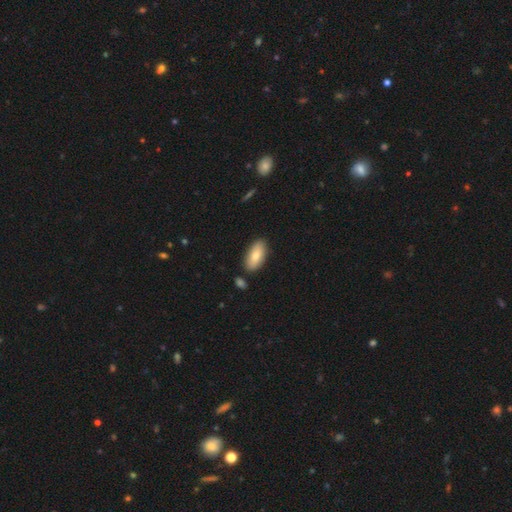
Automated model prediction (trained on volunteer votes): A smooth galaxy with no disk features (80%) that is in between round and cigar-shaped (91%).

Vote fractions:
- Smooth or featured? smooth: 80% / featured or disk: 14% / star or artifact: 6%
- How rounded? in between: 91% / cigar-shaped: 7% / round: 2%
- Merging? none: 83% / minor disturbance: 11% / merger: 4% / major disturbance: 2%